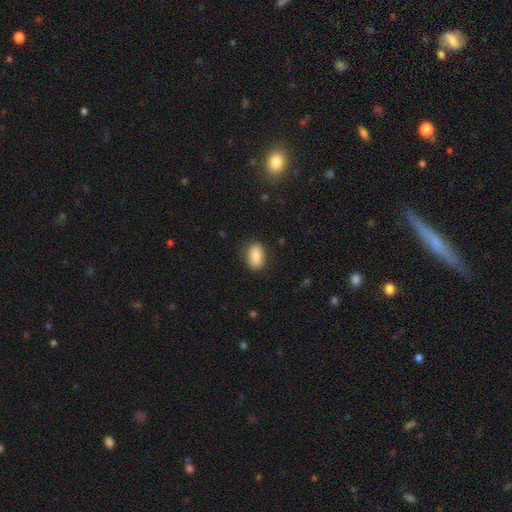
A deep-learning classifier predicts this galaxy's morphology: Smooth or featured?
  - smooth: 83% *
  - featured or disk: 11%
  - star or artifact: 7%
How rounded?
  - in between: 87% *
  - round: 8%
  - cigar-shaped: 5%
Merging?
  - none: 82% *
  - minor disturbance: 13%
  - major disturbance: 3%
  - merger: 1%